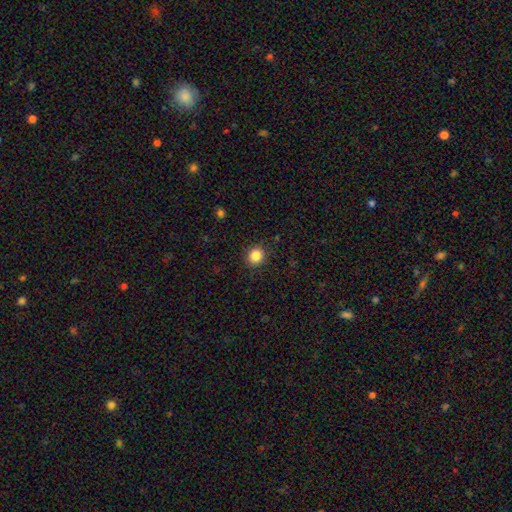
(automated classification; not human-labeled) Morphology: type=smooth (84%); roundness=round (87%); merging=none (90%).